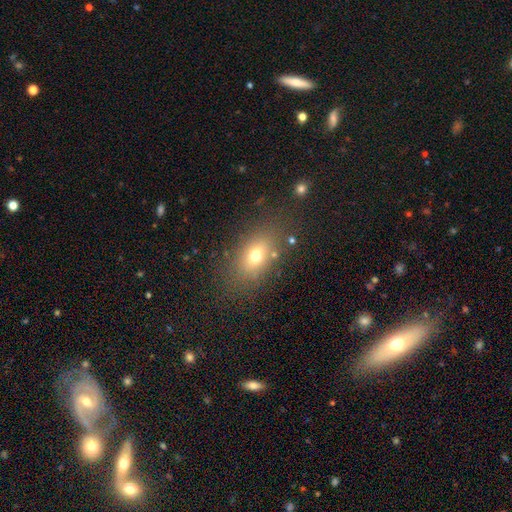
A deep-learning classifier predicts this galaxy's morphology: Smooth or featured: smooth — 68% (featured or disk — 17%)
How rounded: in between — 76% (round — 20%)
Merging: none — 78% (minor disturbance — 12%)